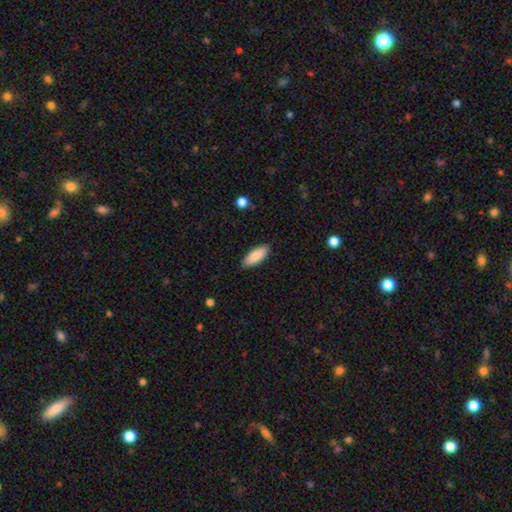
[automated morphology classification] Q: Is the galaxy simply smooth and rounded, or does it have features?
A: smooth — 88%.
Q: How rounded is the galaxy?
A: in between — 78%.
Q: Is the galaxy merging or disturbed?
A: none — 89%.